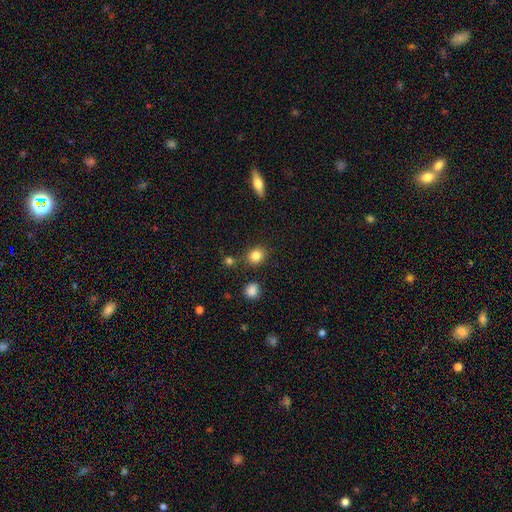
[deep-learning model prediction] This appears to be a smooth galaxy with no disk features (83%) that is round (70%). Merging: none (80%).